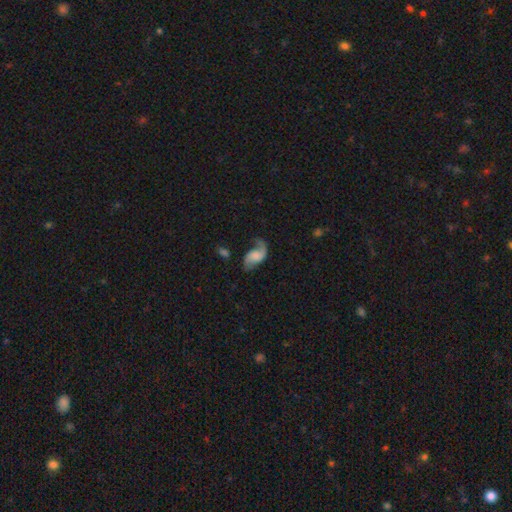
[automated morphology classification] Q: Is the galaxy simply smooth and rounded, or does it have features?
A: featured or disk — 73%.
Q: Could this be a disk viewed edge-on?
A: no — 97%.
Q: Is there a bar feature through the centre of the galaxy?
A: no — 54%.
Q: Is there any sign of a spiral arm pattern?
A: yes — 94%.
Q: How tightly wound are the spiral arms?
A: loose — 71%.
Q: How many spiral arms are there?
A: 2 — 73%.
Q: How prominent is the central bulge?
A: none — 51%.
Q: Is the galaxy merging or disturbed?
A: none — 52%.